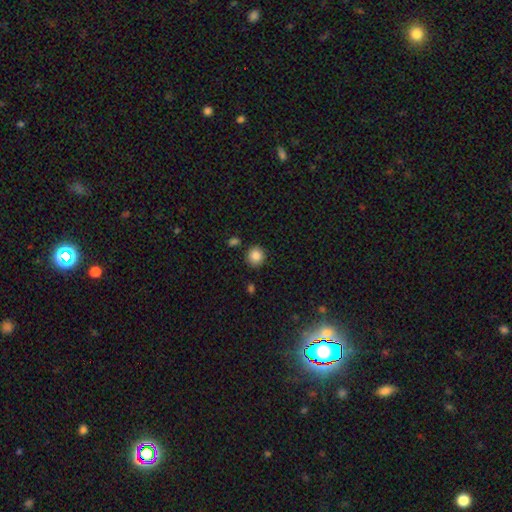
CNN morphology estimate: A smooth galaxy with no disk features (86%) that is round (90%). Merging: none (86%).